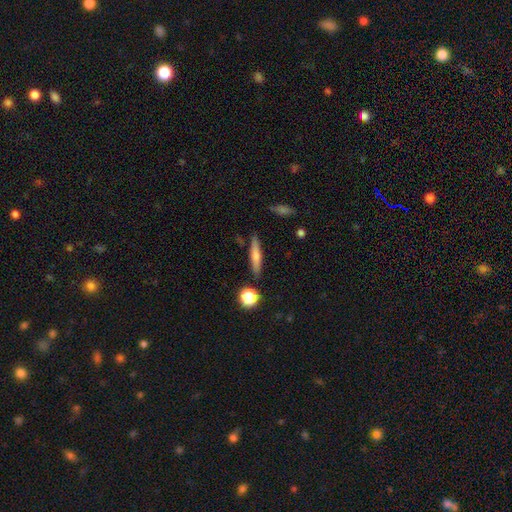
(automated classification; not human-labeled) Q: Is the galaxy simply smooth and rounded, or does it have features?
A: smooth — 60%.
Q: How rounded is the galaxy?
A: cigar-shaped — 86%.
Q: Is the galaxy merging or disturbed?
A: none — 86%.